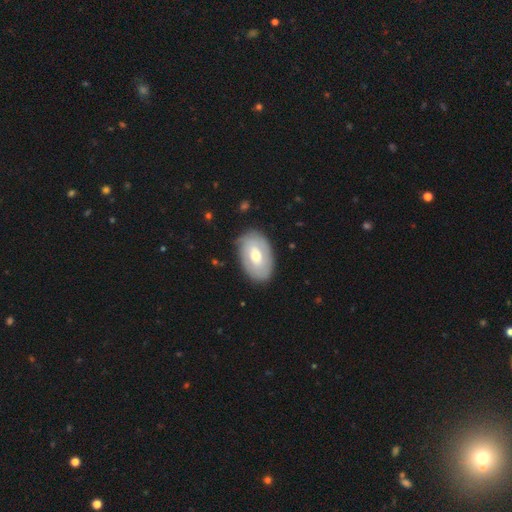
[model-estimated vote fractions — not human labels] smooth-or-featured: featured or disk: 58% | smooth: 36% | star or artifact: 5%
  disk-edge-on: no: 93% | yes: 7%
    bar: no: 49% | weak: 38% | strong: 13%
    has-spiral-arms: yes: 57% | no: 43%
    bulge-size: moderate: 70% | small: 24% | large: 4% | dominant: 1% | none: 1%
  merging: none: 81% | minor disturbance: 14% | major disturbance: 4% | merger: 1%